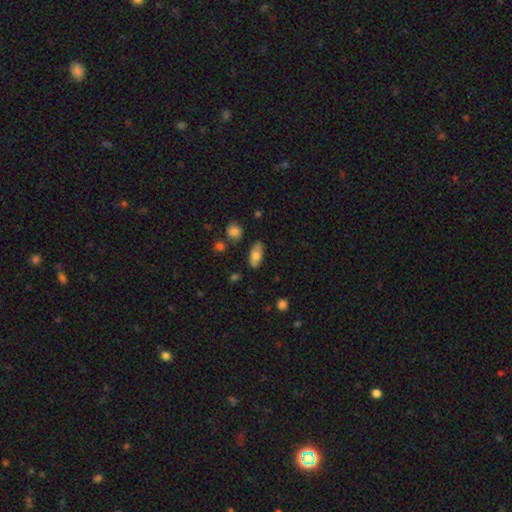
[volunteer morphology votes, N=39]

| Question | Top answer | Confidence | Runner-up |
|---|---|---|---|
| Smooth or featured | smooth | 87% | featured or disk (8%) |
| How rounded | in between | 79% | cigar-shaped (21%) |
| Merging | none | 73% | minor disturbance (19%) |